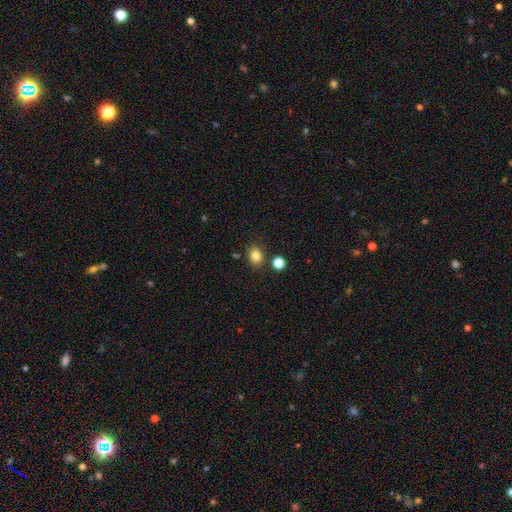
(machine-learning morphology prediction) Smooth or featured: smooth — 82% (star or artifact — 12%)
How rounded: in between — 54% (round — 45%)
Merging: none — 81% (minor disturbance — 10%)